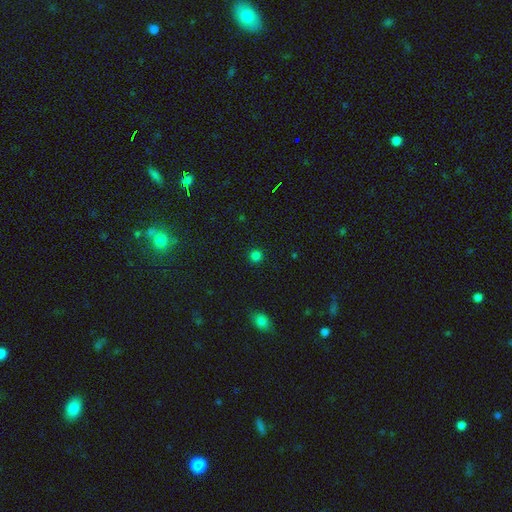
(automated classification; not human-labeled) Smooth or featured: smooth — 80% (star or artifact — 17%)
How rounded: round — 94% (in between — 5%)
Merging: none — 92% (minor disturbance — 5%)